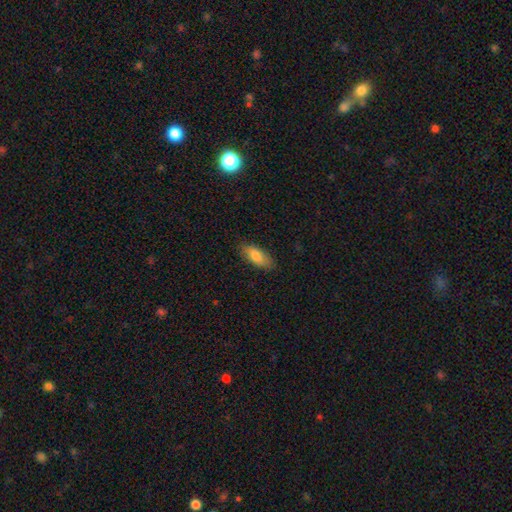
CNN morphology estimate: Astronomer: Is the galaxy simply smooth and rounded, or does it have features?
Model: smooth — 82%.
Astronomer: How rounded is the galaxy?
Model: in between — 79%.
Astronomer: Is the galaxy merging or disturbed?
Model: none — 83%.